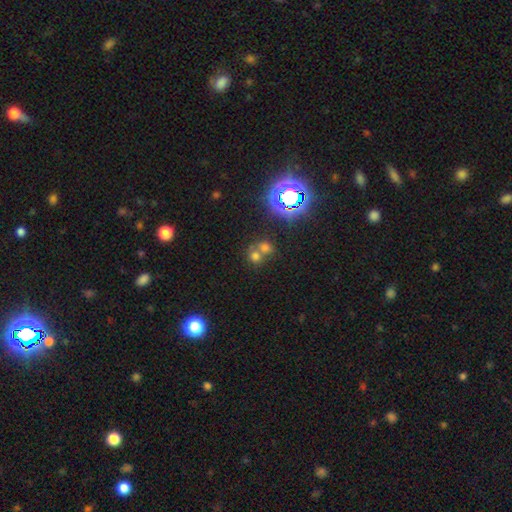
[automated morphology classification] Smooth or featured? smooth (59%)
How rounded? round (78%)
Merging? merger (53%)